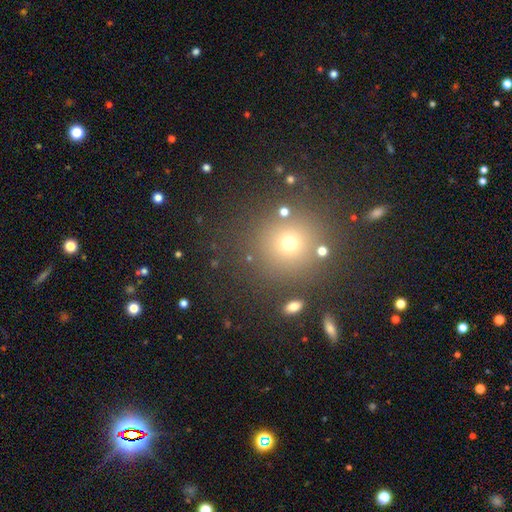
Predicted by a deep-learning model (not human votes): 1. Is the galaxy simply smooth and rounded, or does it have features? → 46% smooth, 45% star or artifact, 9% featured or disk.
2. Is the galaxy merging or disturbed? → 85% none, 7% minor disturbance, 4% merger, 4% major disturbance.